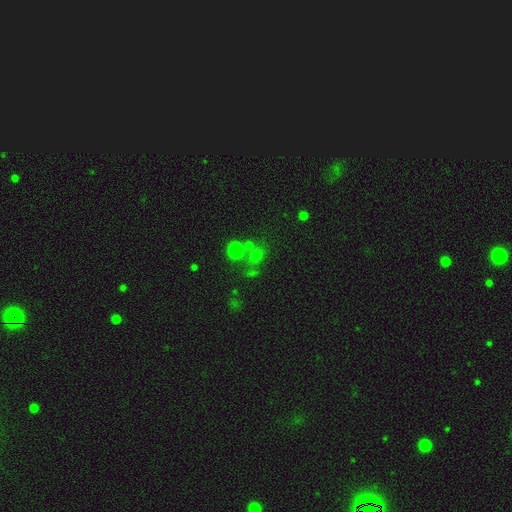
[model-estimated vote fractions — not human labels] Smooth or featured? smooth (66%)
How rounded? round (82%)
Merging? none (62%)